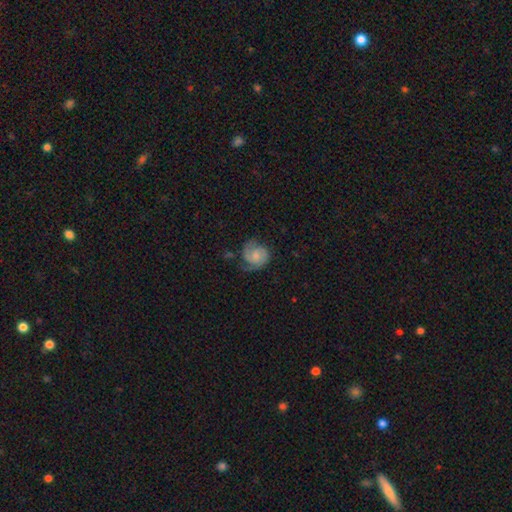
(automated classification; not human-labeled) smooth_or_featured: featured or disk (p=0.69) [alt: smooth p=0.24]
disk_edge_on: no (p=0.98) [alt: yes p=0.02]
bar: no (p=0.69) [alt: weak p=0.27]
has_spiral_arms: yes (p=0.94) [alt: no p=0.06]
spiral_winding: tight (p=0.46) [alt: medium p=0.40]
spiral_arm_count: 2 (p=0.75) [alt: can't tell p=0.10]
bulge_size: small (p=0.49) [alt: moderate p=0.27]
merging: none (p=0.62) [alt: minor disturbance p=0.24]